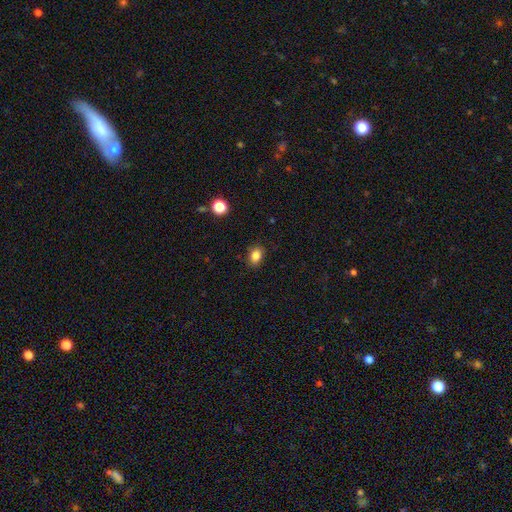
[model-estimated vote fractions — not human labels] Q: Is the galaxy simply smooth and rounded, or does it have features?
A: smooth — 84%.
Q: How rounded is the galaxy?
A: in between — 67%.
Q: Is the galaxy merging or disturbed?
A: none — 85%.